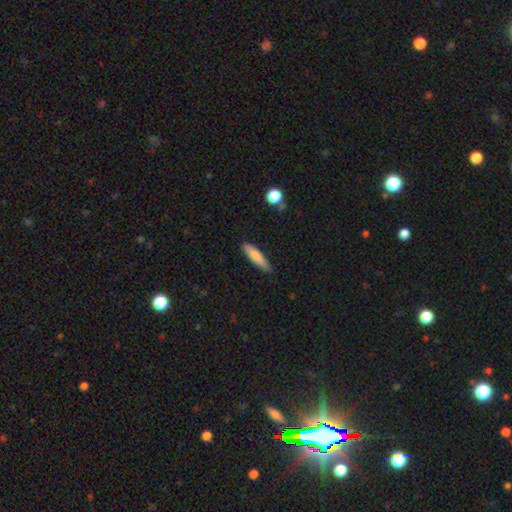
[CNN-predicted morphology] Q: Smooth or featured?
A: smooth (81%); runner-up: featured or disk (13%)
Q: How rounded?
A: cigar-shaped (75%); runner-up: in between (24%)
Q: Merging?
A: none (79%); runner-up: minor disturbance (17%)